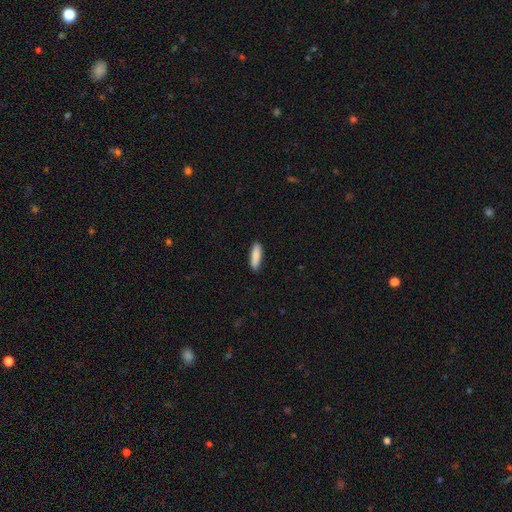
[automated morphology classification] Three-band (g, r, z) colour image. It shows a smooth galaxy with no disk features (88%) that is cigar-shaped (55%). Merging: none (90%).